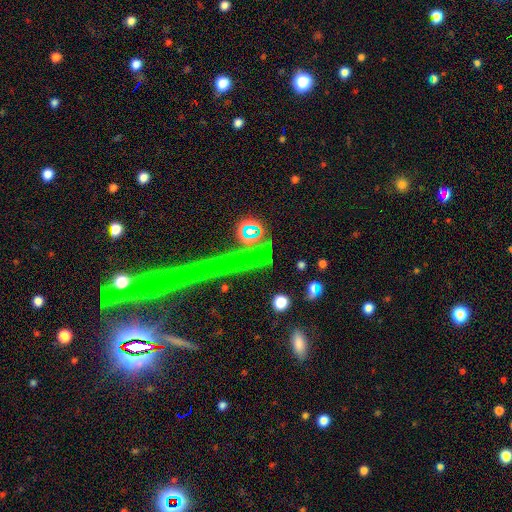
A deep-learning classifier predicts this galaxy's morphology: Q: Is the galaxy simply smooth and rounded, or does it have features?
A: star or artifact — 68%.